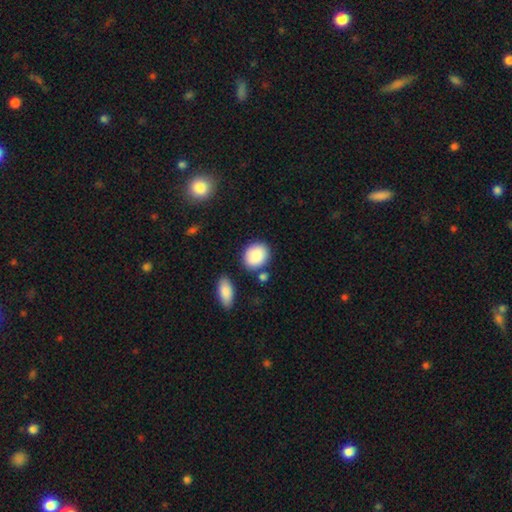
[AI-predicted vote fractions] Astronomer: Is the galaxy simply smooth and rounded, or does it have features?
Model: smooth — 88%.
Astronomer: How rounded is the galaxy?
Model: round — 59% (runner-up: in between, 40%).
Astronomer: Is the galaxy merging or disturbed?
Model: none — 76%.